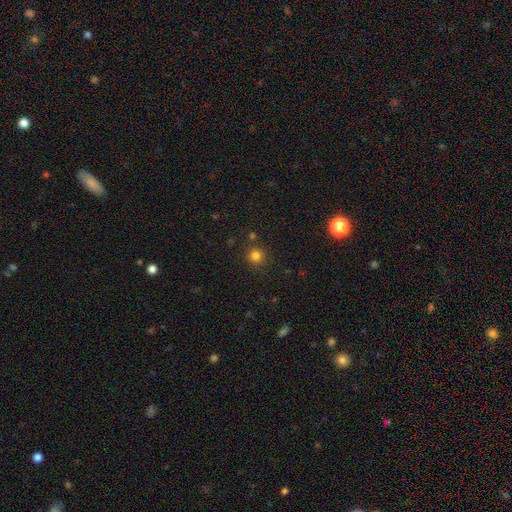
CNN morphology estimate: Smooth or featured?
  - smooth: 80% *
  - star or artifact: 15%
  - featured or disk: 5%
How rounded?
  - round: 94% *
  - in between: 5%
  - cigar-shaped: 1%
Merging?
  - none: 88% *
  - minor disturbance: 6%
  - merger: 4%
  - major disturbance: 2%